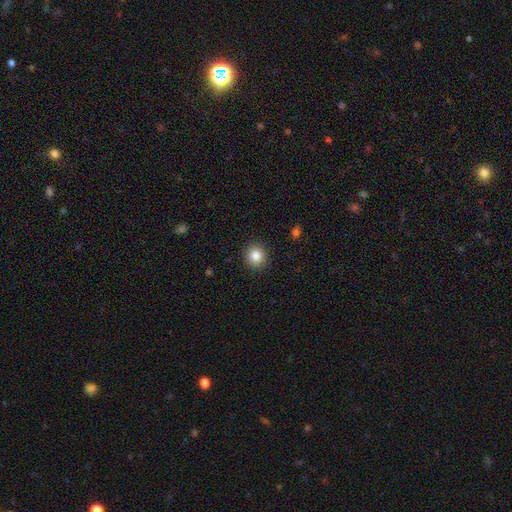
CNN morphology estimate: Smooth or featured?
  - smooth: 85% *
  - star or artifact: 10%
  - featured or disk: 5%
How rounded?
  - round: 88% *
  - in between: 11%
  - cigar-shaped: 1%
Merging?
  - none: 91% *
  - minor disturbance: 6%
  - major disturbance: 2%
  - merger: 1%